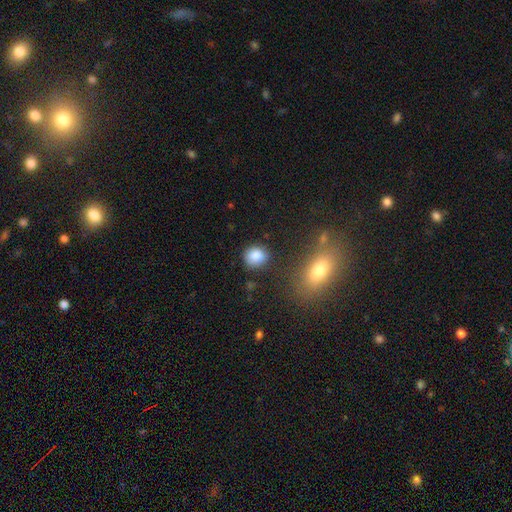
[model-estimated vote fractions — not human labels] Smooth or featured? Predicted: smooth (p=0.86). How rounded? Predicted: round (p=0.74). Merging? Predicted: none (p=0.79).